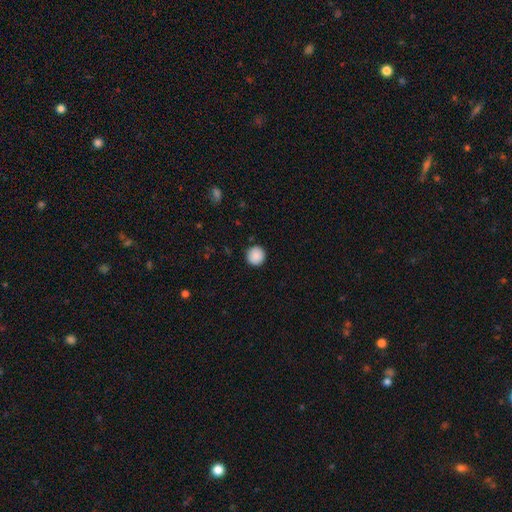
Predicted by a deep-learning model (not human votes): Overall: smooth (89%). How rounded: round (94%). Merging: none (91%).